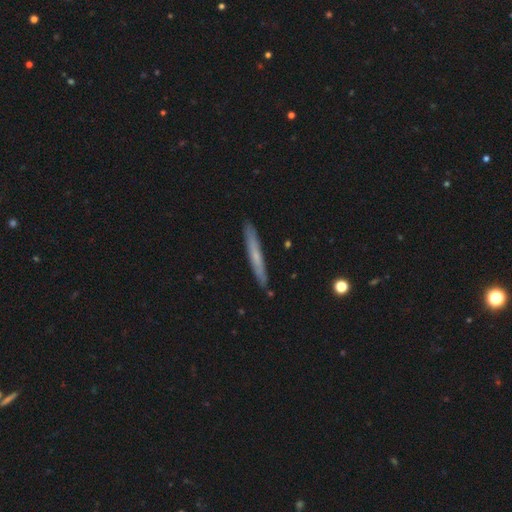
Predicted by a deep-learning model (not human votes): This appears to be a smooth galaxy with no disk features (52%) that is cigar-shaped (96%). Merging: none (90%).